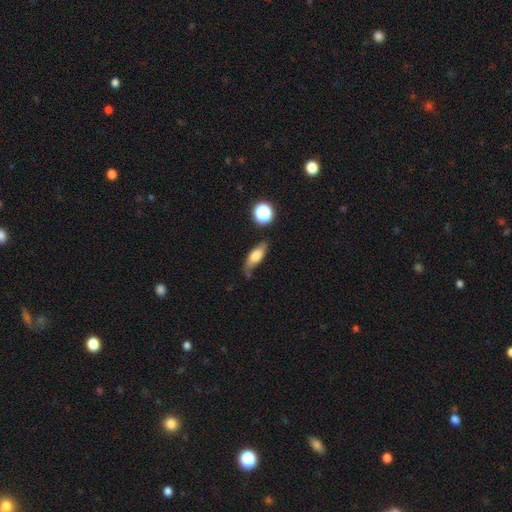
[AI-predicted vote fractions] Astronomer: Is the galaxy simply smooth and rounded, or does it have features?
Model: smooth — 64%.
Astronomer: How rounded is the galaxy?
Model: in between — 68%.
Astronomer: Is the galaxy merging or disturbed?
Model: none — 50% (runner-up: minor disturbance, 31%).